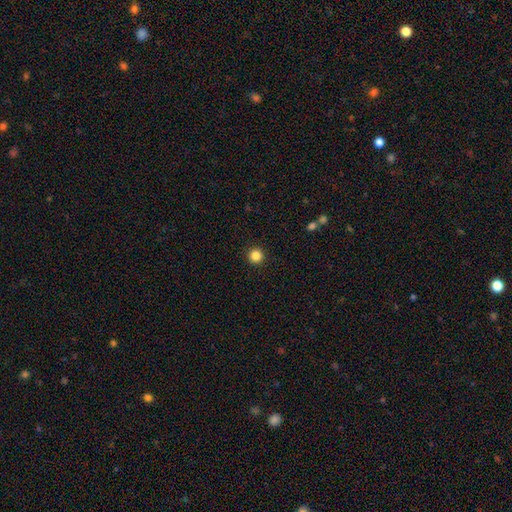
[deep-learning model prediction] Smooth or featured: smooth — 85% (star or artifact — 12%)
How rounded: round — 96% (in between — 3%)
Merging: none — 94% (minor disturbance — 4%)